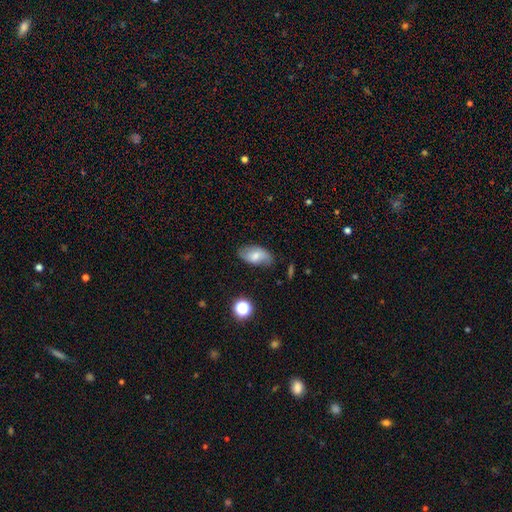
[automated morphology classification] smooth-or-featured: smooth: 57% | featured or disk: 34% | star or artifact: 9%
  how-rounded: in between: 92% | round: 5% | cigar-shaped: 3%
  merging: none: 73% | minor disturbance: 20% | major disturbance: 5% | merger: 2%